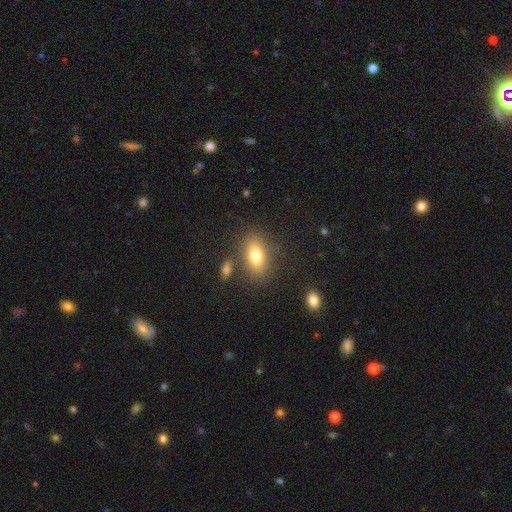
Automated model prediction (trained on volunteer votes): Smooth or featured? smooth (76%)
How rounded? in between (84%)
Merging? none (78%)